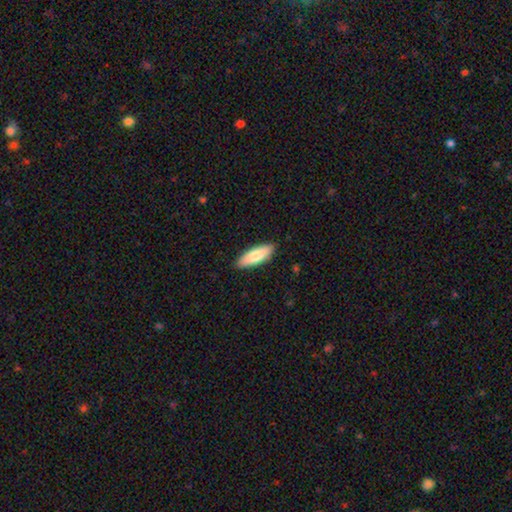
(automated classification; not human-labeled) Smooth or featured?
  - smooth: 80% *
  - featured or disk: 15%
  - star or artifact: 5%
How rounded?
  - in between: 58% *
  - cigar-shaped: 40%
  - round: 2%
Merging?
  - none: 88% *
  - minor disturbance: 9%
  - major disturbance: 2%
  - merger: 1%